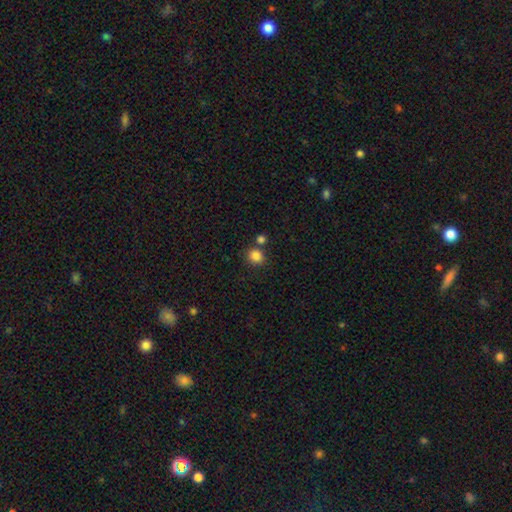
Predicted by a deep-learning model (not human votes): smooth_or_featured: smooth (p=0.85) [alt: star or artifact p=0.11]
how_rounded: round (p=0.81) [alt: in between p=0.18]
merging: none (p=0.74) [alt: merger p=0.15]